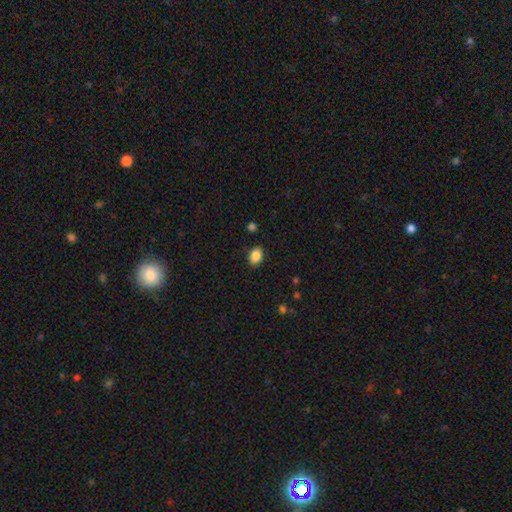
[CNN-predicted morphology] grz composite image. It shows a smooth galaxy with no disk features (87%) that is in between round and cigar-shaped (80%). Merging: none (87%).